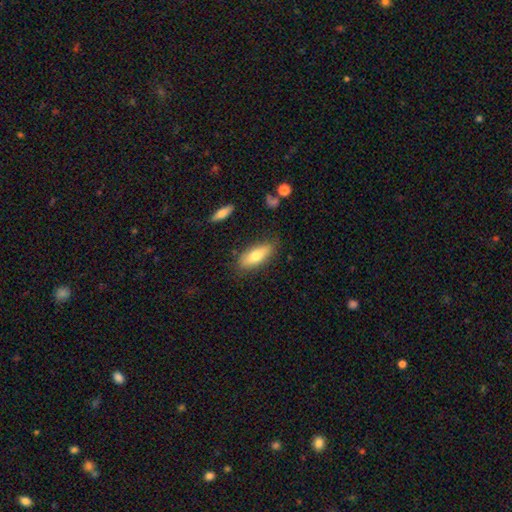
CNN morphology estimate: Smooth or featured? Predicted: smooth (p=0.73). How rounded? Predicted: in between (p=0.69). Merging? Predicted: none (p=0.79).